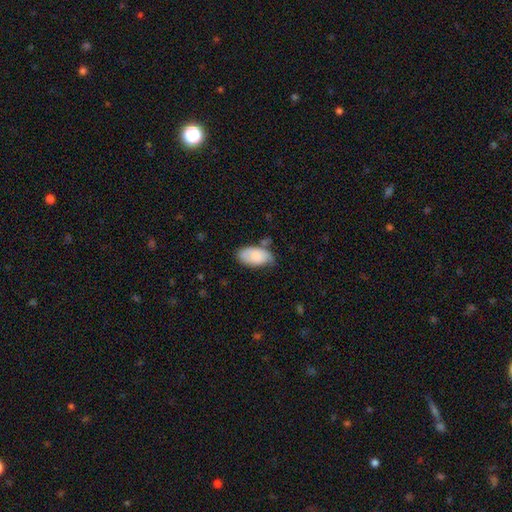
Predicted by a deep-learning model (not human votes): smooth-or-featured: smooth: 81% | featured or disk: 13% | star or artifact: 6%
  how-rounded: in between: 95% | round: 3% | cigar-shaped: 2%
  merging: none: 52% | minor disturbance: 34% | major disturbance: 8% | merger: 6%